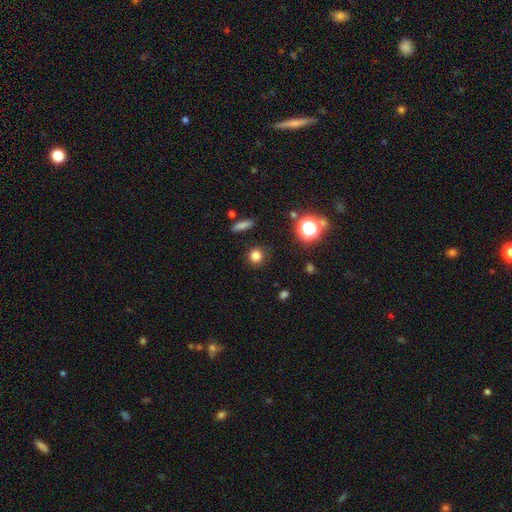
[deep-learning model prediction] Q: Smooth or featured?
A: smooth (79%); runner-up: star or artifact (15%)
Q: How rounded?
A: round (87%); runner-up: in between (11%)
Q: Merging?
A: none (88%); runner-up: minor disturbance (8%)